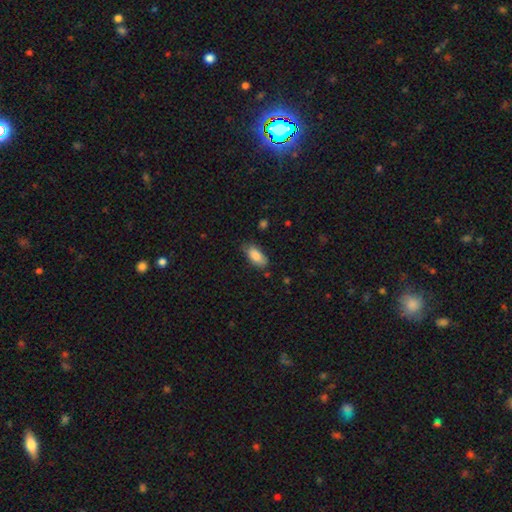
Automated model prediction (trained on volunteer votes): Smooth or featured? smooth (86%)
How rounded? in between (88%)
Merging? none (72%)